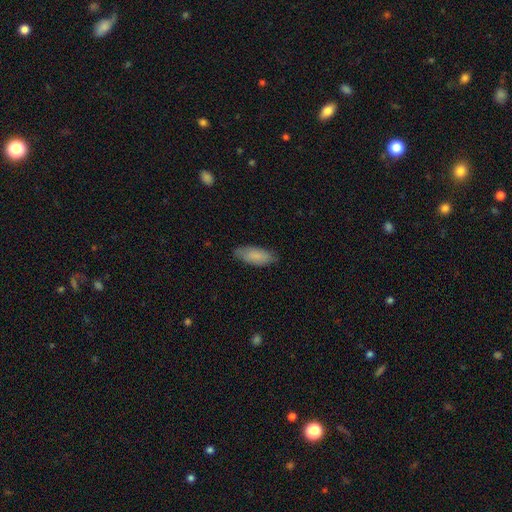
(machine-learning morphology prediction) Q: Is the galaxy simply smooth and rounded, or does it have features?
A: smooth — 85%.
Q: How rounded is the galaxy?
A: in between — 81%.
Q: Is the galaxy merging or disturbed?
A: none — 83%.